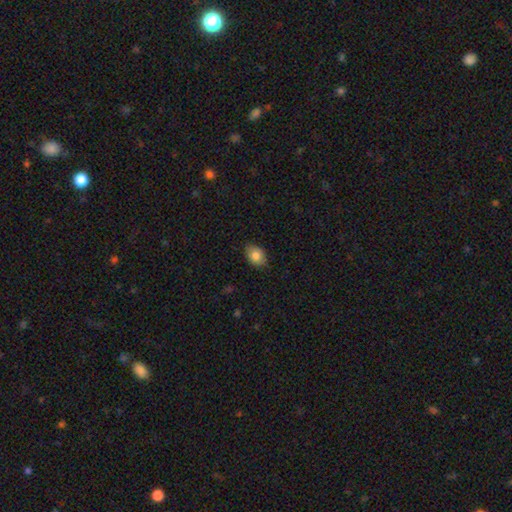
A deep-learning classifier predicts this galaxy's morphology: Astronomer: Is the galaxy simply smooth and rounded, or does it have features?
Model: smooth — 83%.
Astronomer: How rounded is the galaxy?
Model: in between — 74%.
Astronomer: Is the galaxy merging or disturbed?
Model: none — 82%.